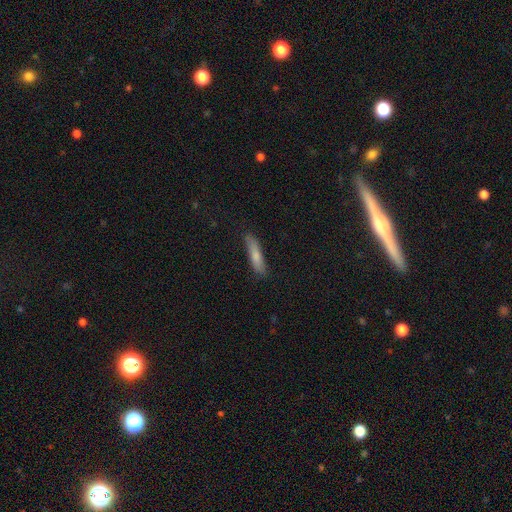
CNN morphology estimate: Smooth or featured: smooth — 76% (featured or disk — 18%)
How rounded: cigar-shaped — 81% (in between — 17%)
Merging: none — 83% (minor disturbance — 13%)